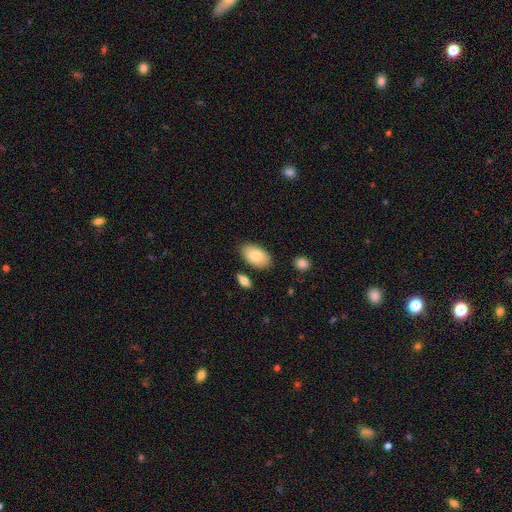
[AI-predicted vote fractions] This is clearly a smooth galaxy (83%). How rounded: clearly in between (95%). Merging: clearly none (82%).